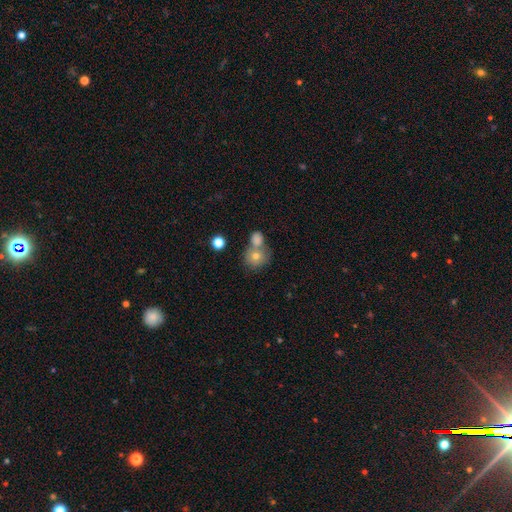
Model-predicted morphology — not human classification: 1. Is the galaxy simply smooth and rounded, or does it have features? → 72% smooth, 15% featured or disk, 13% star or artifact.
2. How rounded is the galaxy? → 84% round, 15% in between, 1% cigar-shaped.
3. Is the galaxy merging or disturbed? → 49% none, 39% merger, 8% minor disturbance, 3% major disturbance.